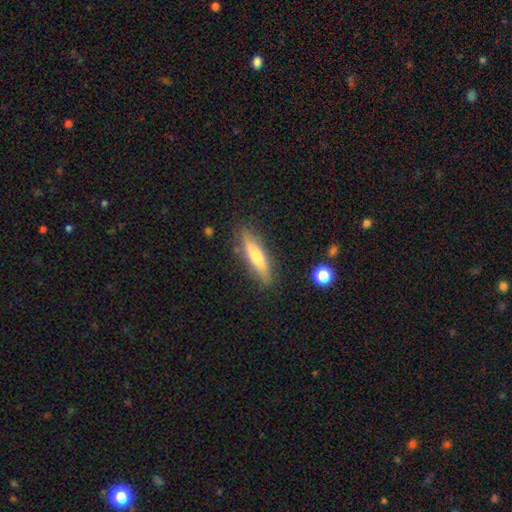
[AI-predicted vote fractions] Smooth or featured? smooth (64%)
How rounded? cigar-shaped (80%)
Merging? none (83%)